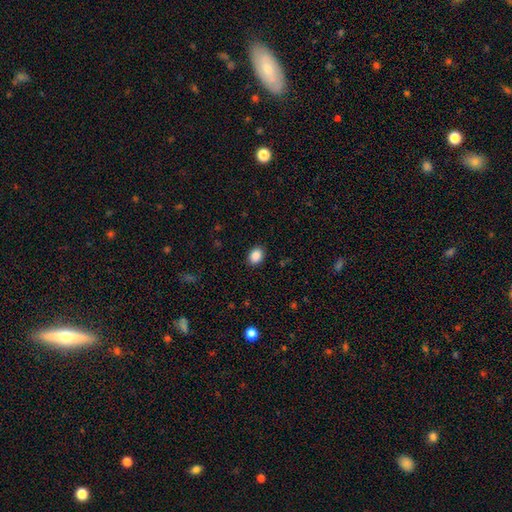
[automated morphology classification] smooth_or_featured: smooth (p=0.88) [alt: star or artifact p=0.09]
how_rounded: in between (p=0.69) [alt: round p=0.30]
merging: none (p=0.89) [alt: minor disturbance p=0.08]